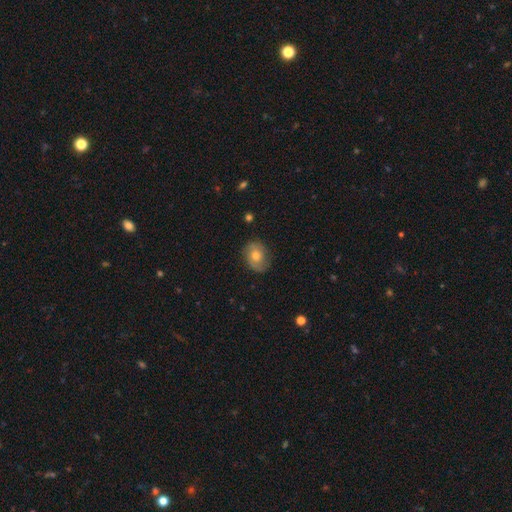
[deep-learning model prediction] Smooth or featured: smooth — 59% (featured or disk — 32%)
How rounded: in between — 58% (round — 41%)
Merging: none — 80% (minor disturbance — 15%)